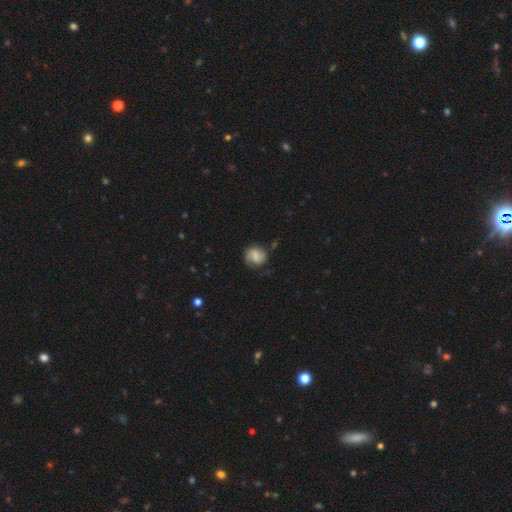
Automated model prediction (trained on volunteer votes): Overall: featured or disk (46%; smooth 45%). Merging: none (68%).